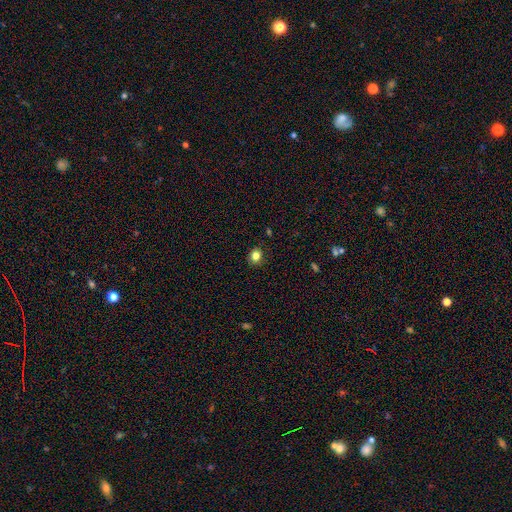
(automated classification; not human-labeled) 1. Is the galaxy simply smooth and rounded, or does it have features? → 82% smooth, 12% star or artifact, 6% featured or disk.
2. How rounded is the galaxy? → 72% round, 27% in between, 1% cigar-shaped.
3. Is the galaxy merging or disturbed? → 88% none, 9% minor disturbance, 2% major disturbance, 1% merger.